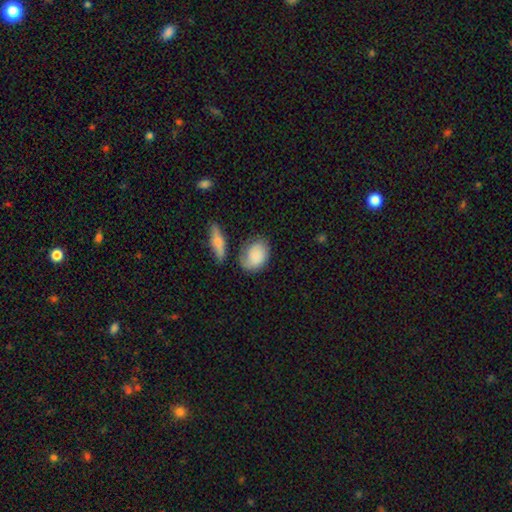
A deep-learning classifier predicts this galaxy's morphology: Smooth or featured? Predicted: smooth (p=0.75). How rounded? Predicted: in between (p=0.67). Merging? Predicted: none (p=0.54).